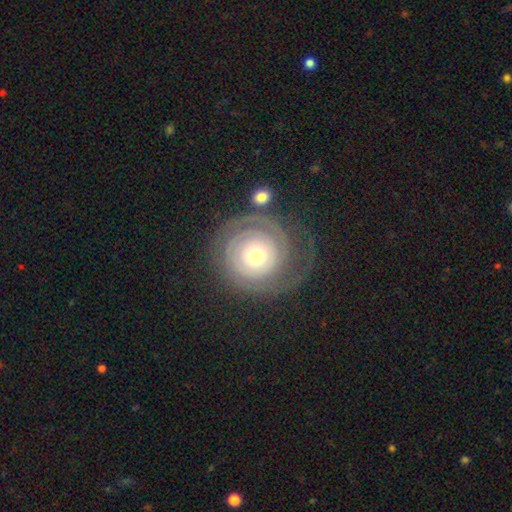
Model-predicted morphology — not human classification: Smooth or featured? featured or disk (77%)
Edge-on disk? no (97%)
Bar? no (86%)
Spiral arms? yes (88%)
Spiral winding? tight (83%)
Spiral arm count? 2 (39%)
Bulge size? moderate (55%)
Merging? none (72%)